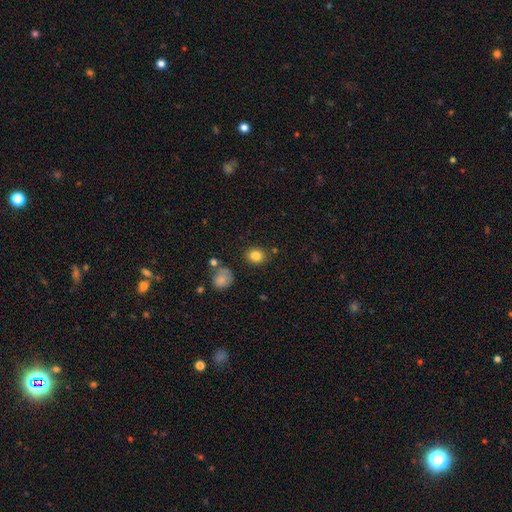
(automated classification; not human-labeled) Smooth or featured: smooth — 83% (star or artifact — 11%)
How rounded: round — 65% (in between — 34%)
Merging: none — 84% (minor disturbance — 10%)